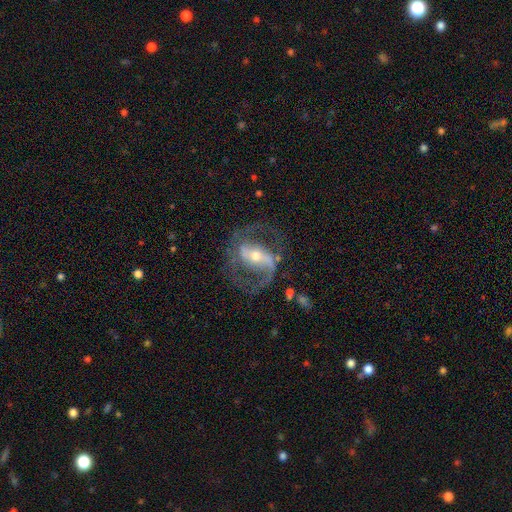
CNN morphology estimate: smooth-or-featured: featured or disk: 88% | smooth: 6% | star or artifact: 5%
  disk-edge-on: no: 96% | yes: 4%
    bar: strong: 51% | weak: 32% | no: 17%
    has-spiral-arms: yes: 93% | no: 7%
      spiral-winding: medium: 55% | loose: 31% | tight: 14%
      spiral-arm-count: 2: 90% | 1: 3% | can't tell: 3% | 3: 1% | 4: 1% | more than 4: 1%
    bulge-size: moderate: 53% | small: 41% | large: 4% | none: 1% | dominant: 1%
  merging: none: 72% | minor disturbance: 14% | major disturbance: 12% | merger: 2%